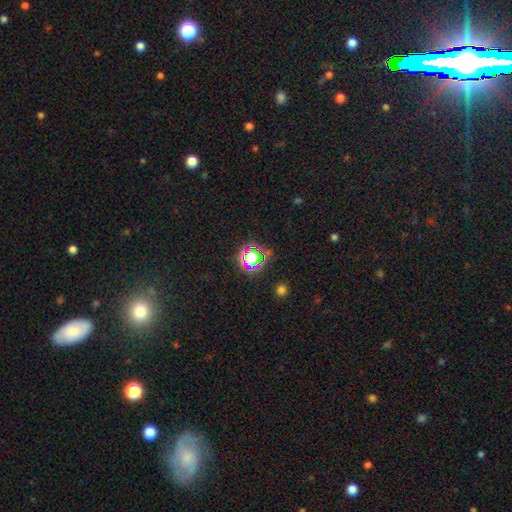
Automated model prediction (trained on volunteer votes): The model was most divided on "smooth or featured": star or artifact: 57%, smooth: 32%, featured or disk: 11%.